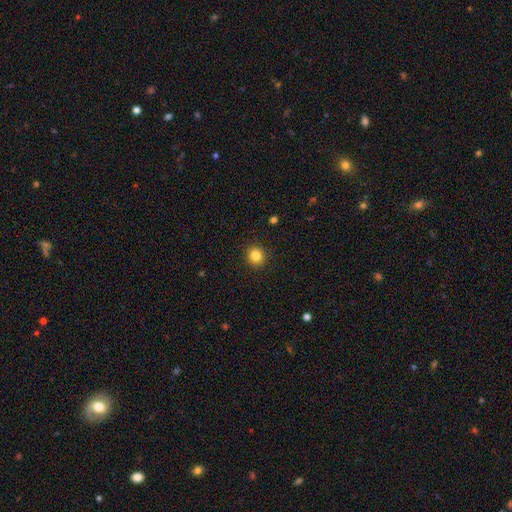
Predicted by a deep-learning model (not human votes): smooth_or_featured: smooth (p=0.83) [alt: star or artifact p=0.11]
how_rounded: round (p=0.86) [alt: in between p=0.13]
merging: none (p=0.91) [alt: minor disturbance p=0.06]